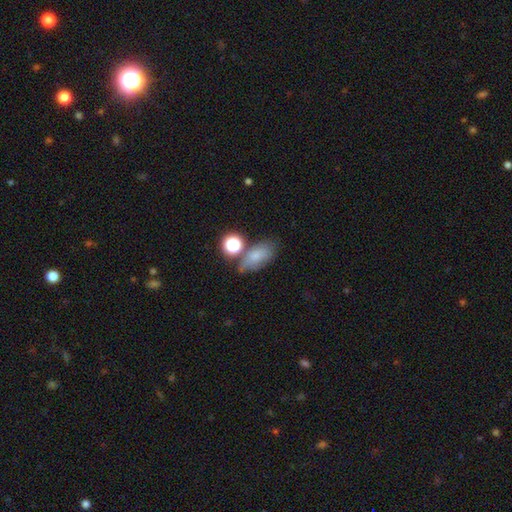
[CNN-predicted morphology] Smooth or featured: smooth — 73% (featured or disk — 14%)
How rounded: in between — 81% (round — 13%)
Merging: none — 52% (minor disturbance — 21%)